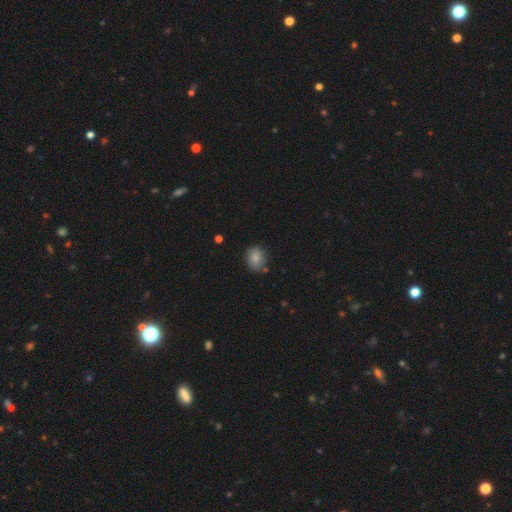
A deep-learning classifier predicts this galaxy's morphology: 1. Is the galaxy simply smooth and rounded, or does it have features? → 79% smooth, 13% star or artifact, 8% featured or disk.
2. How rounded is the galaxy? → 54% round, 45% in between, 1% cigar-shaped.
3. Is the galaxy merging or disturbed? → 75% none, 18% minor disturbance, 4% major disturbance, 3% merger.